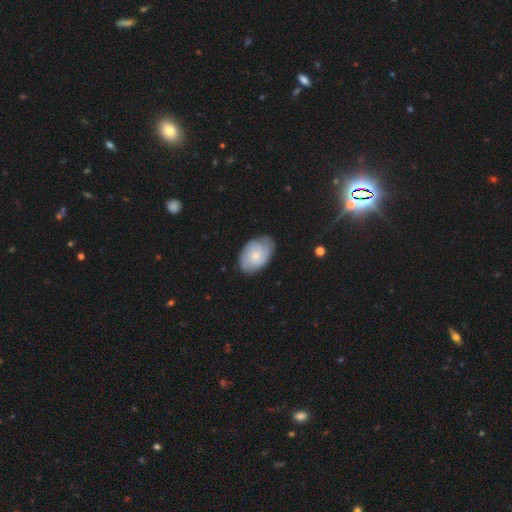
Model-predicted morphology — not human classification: This is possibly a featured or disk galaxy (49%). Merging: likely none (71%).